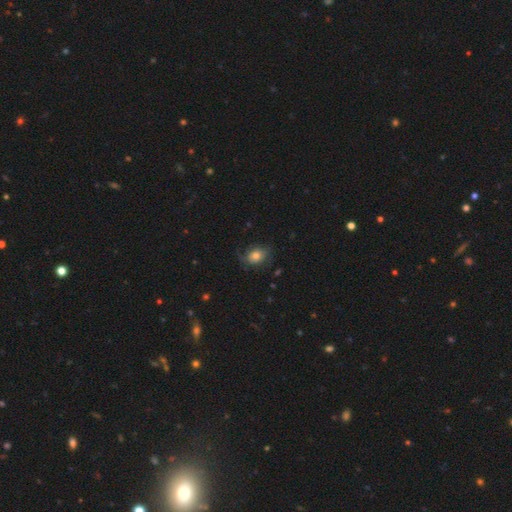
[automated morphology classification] Smooth or featured: smooth — 64% (featured or disk — 26%)
How rounded: in between — 57% (round — 41%)
Merging: none — 61% (minor disturbance — 24%)